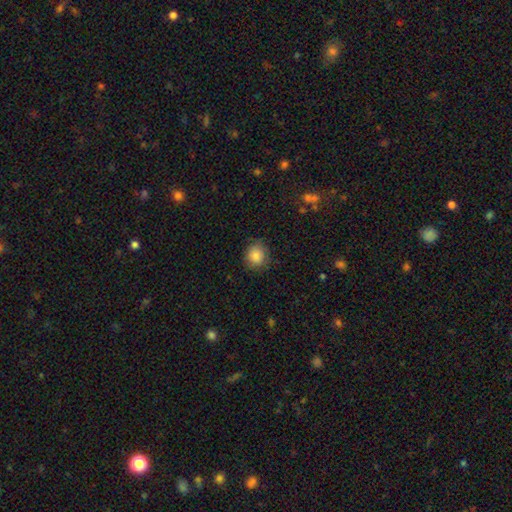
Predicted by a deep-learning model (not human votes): A smooth galaxy with no disk features (86%) that is round (82%).

Vote fractions:
- Smooth or featured? smooth: 86% / star or artifact: 9% / featured or disk: 5%
- How rounded? round: 82% / in between: 17% / cigar-shaped: 1%
- Merging? none: 81% / minor disturbance: 15% / major disturbance: 3% / merger: 1%